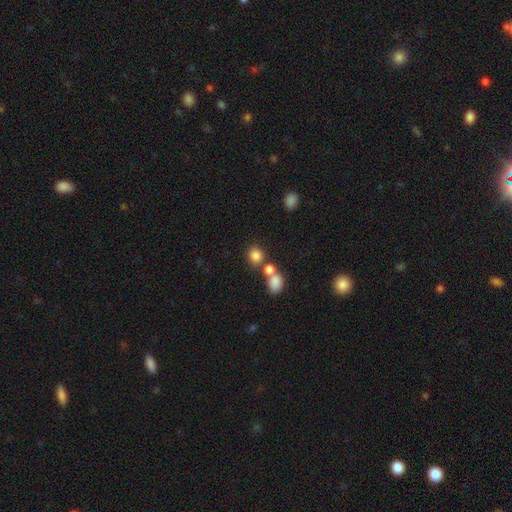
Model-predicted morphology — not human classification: Overall: smooth (82%). How rounded: round (77%). Merging: none (56%; merger 32%).